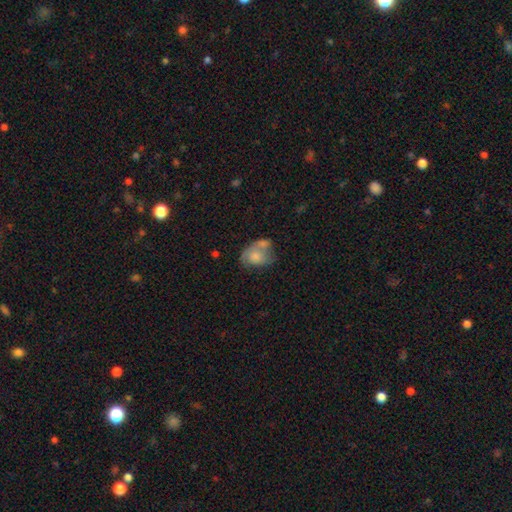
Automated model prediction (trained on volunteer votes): Q: Smooth or featured?
A: smooth (60%); runner-up: featured or disk (32%)
Q: How rounded?
A: in between (65%); runner-up: round (34%)
Q: Merging?
A: merger (41%); runner-up: none (24%)